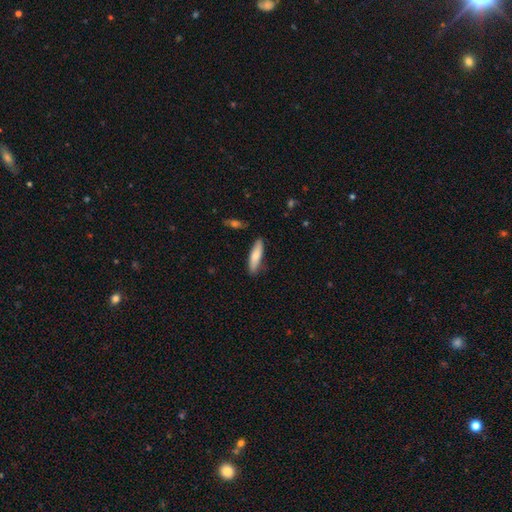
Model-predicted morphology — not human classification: This appears to be a smooth galaxy with no disk features (72%) that is cigar-shaped (64%). Merging: none (83%).